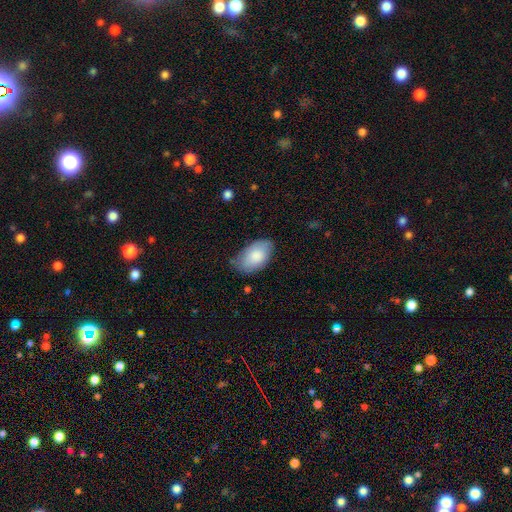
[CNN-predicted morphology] A smooth galaxy with no disk features (83%) that is in between round and cigar-shaped (94%). Merging: none (69%).